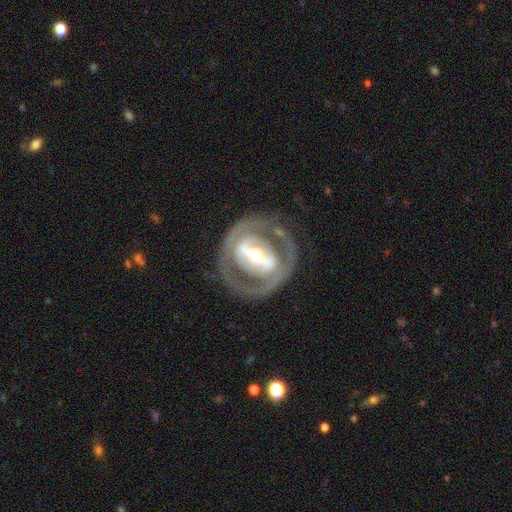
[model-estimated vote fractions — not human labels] Smooth or featured? Predicted: featured or disk (p=0.80). Edge-on disk? Predicted: no (p=0.92). Bar? Predicted: strong (p=0.61). Spiral arms? Predicted: no (p=0.54). Bulge size? Predicted: moderate (p=0.57). Merging? Predicted: none (p=0.75).